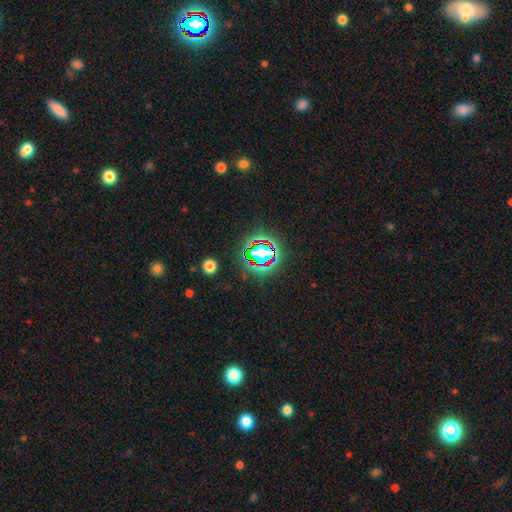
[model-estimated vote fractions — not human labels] Smooth or featured: star or artifact — 77% (smooth — 14%)